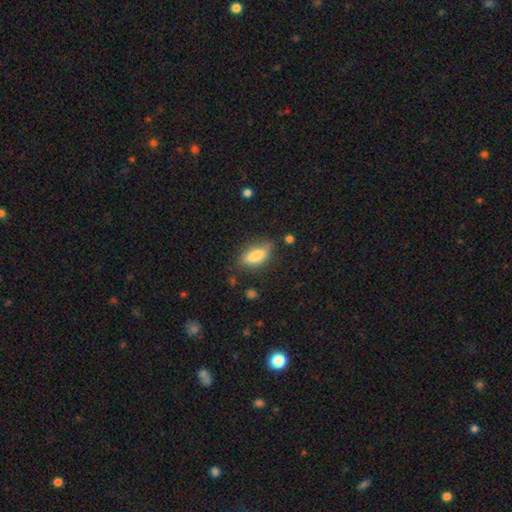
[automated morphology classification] The model was most divided on "how rounded": in between: 72%, cigar-shaped: 25%, round: 3%. More confident: smooth or featured — smooth (79%); merging — none (69%).